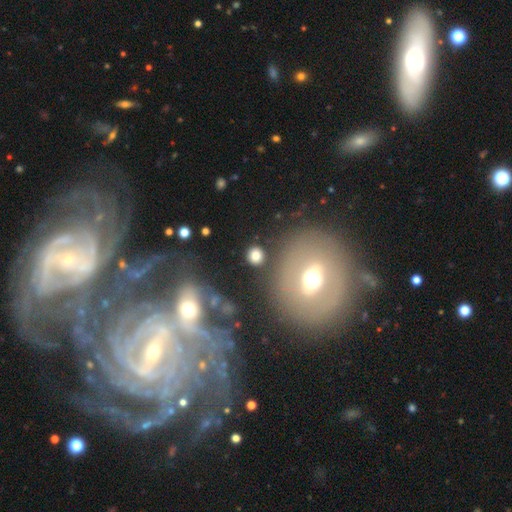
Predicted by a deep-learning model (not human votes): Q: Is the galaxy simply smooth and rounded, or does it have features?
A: smooth — 78%.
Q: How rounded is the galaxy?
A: round — 84%.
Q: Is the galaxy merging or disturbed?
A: none — 84%.